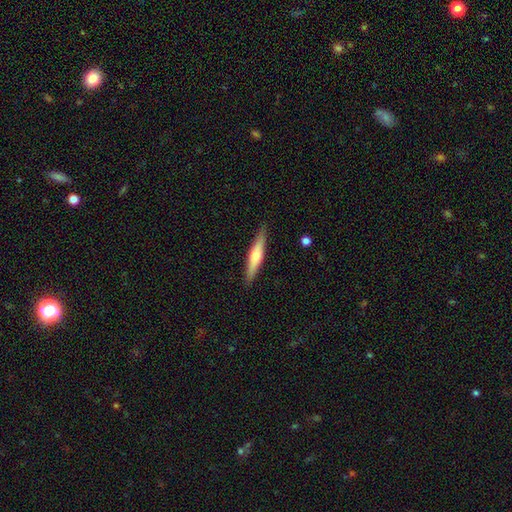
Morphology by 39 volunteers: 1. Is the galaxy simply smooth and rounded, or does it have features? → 67% featured or disk, 28% smooth, 5% star or artifact.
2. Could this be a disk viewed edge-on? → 100% yes, 0% no.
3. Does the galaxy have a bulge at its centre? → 100% rounded, 0% boxy, 0% none.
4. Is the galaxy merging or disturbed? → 92% none, 8% minor disturbance, 0% major disturbance, 0% merger.